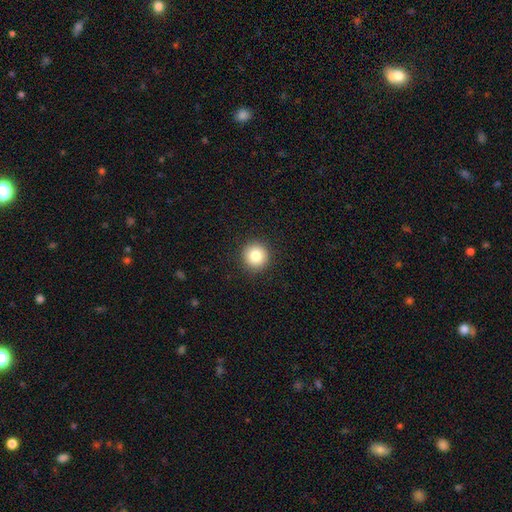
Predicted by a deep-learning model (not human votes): smooth_or_featured: smooth (p=0.84) [alt: star or artifact p=0.10]
how_rounded: round (p=0.95) [alt: in between p=0.05]
merging: none (p=0.92) [alt: minor disturbance p=0.05]